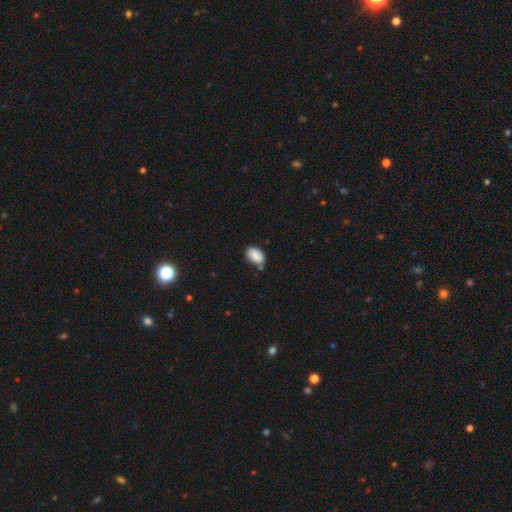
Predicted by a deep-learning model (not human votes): Smooth or featured? Predicted: smooth (p=0.86). How rounded? Predicted: in between (p=0.89). Merging? Predicted: none (p=0.62).